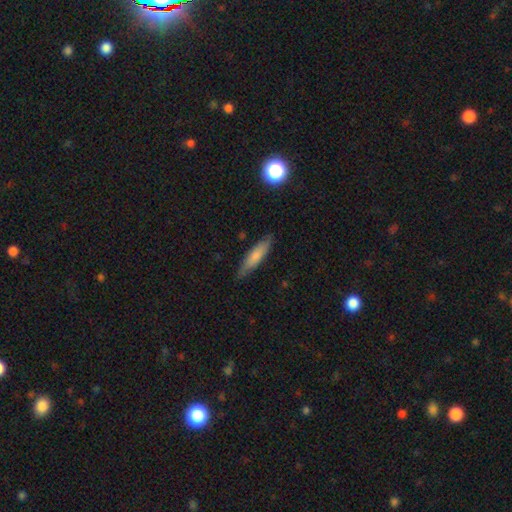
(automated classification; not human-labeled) A smooth galaxy with no disk features (73%) that is cigar-shaped (76%).

Vote fractions:
- Smooth or featured? smooth: 73% / featured or disk: 21% / star or artifact: 6%
- How rounded? cigar-shaped: 76% / in between: 22% / round: 1%
- Merging? none: 83% / minor disturbance: 13% / major disturbance: 2% / merger: 1%